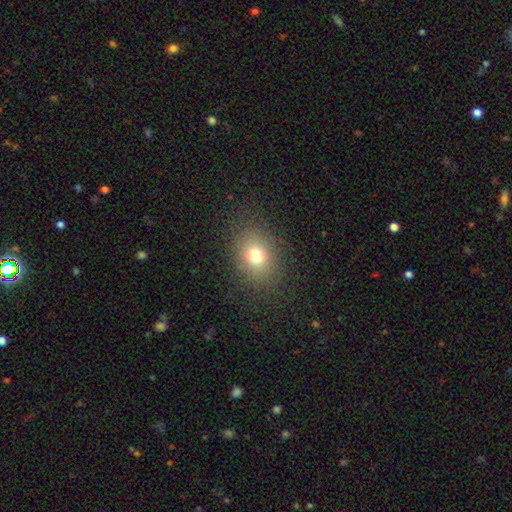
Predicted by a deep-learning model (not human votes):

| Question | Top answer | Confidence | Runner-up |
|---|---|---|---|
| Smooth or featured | smooth | 75% | star or artifact (15%) |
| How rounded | in between | 51% | round (48%) |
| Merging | none | 83% | minor disturbance (10%) |